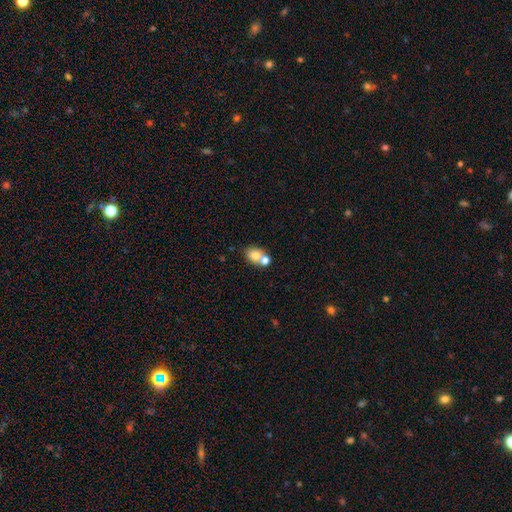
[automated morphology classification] Q: Smooth or featured?
A: smooth (76%); runner-up: featured or disk (13%)
Q: How rounded?
A: in between (50%); runner-up: round (48%)
Q: Merging?
A: none (46%); runner-up: merger (42%)